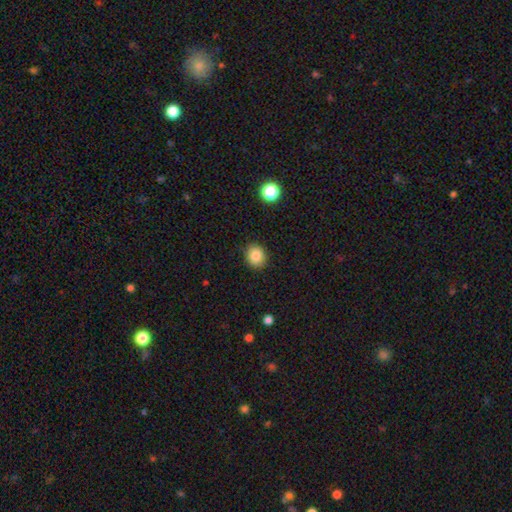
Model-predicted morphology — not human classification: Smooth or featured? smooth (84%)
How rounded? round (72%)
Merging? none (89%)